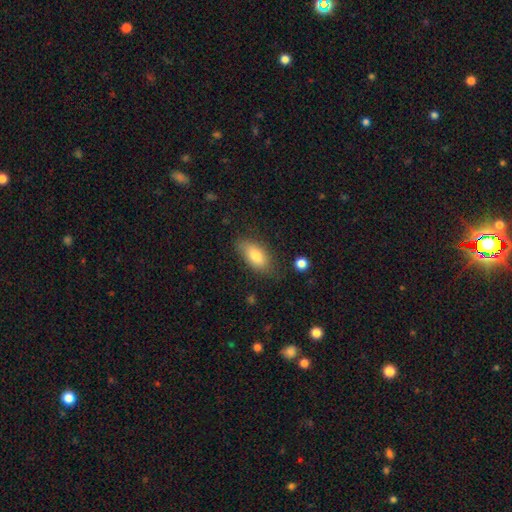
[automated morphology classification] smooth_or_featured: smooth (p=0.78) [alt: featured or disk p=0.14]
how_rounded: in between (p=0.88) [alt: cigar-shaped p=0.08]
merging: none (p=0.74) [alt: minor disturbance p=0.19]